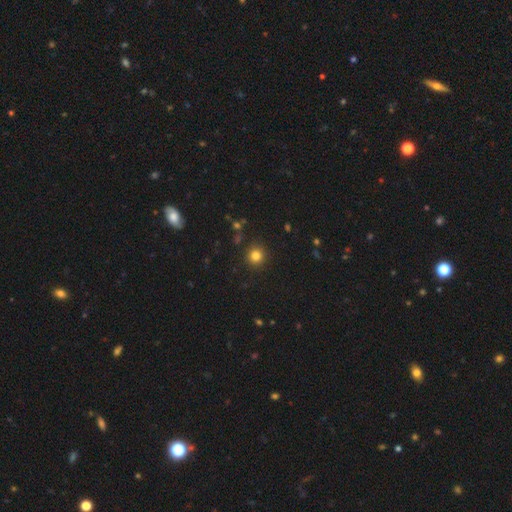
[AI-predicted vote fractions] A smooth galaxy with no disk features (81%) that is round (93%). Merging: none (90%).